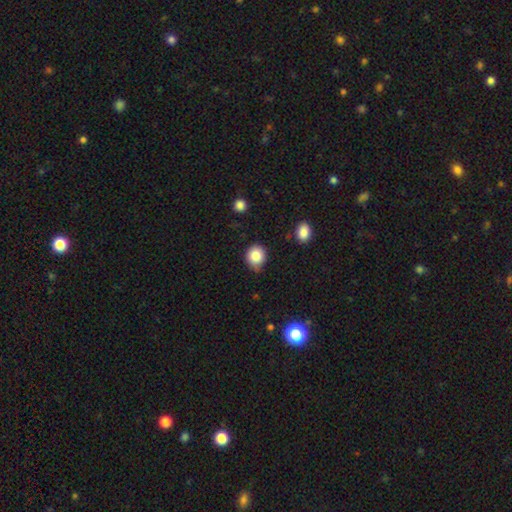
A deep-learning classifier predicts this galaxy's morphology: A smooth galaxy with no disk features (84%) that is round (81%).

Vote fractions:
- Smooth or featured? smooth: 84% / star or artifact: 10% / featured or disk: 6%
- How rounded? round: 81% / in between: 19% / cigar-shaped: 1%
- Merging? none: 73% / minor disturbance: 21% / major disturbance: 4% / merger: 3%